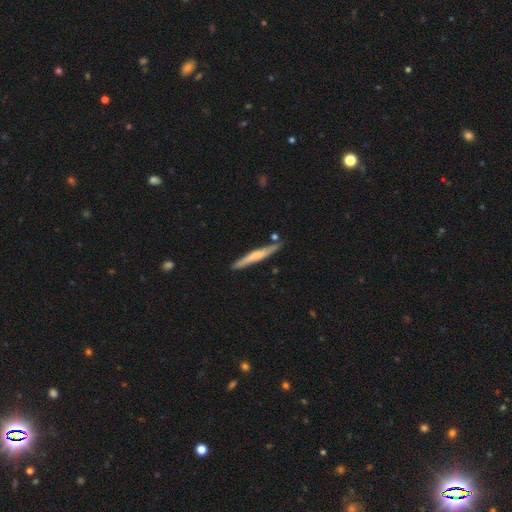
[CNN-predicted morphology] A smooth galaxy with no disk features (50%). Merging: none (81%).